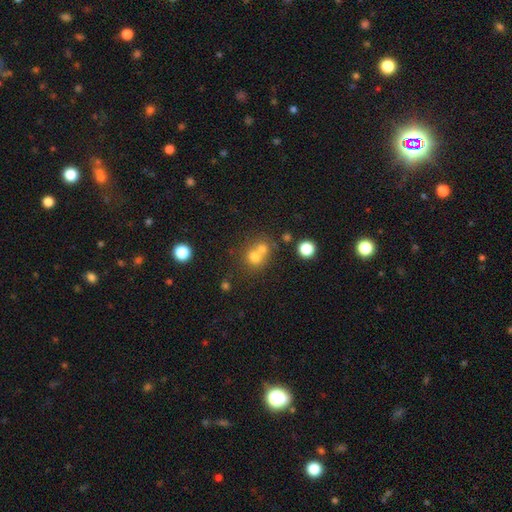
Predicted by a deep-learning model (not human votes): Overall: smooth (69%). How rounded: round (83%). Merging: merger (53%; none 39%).